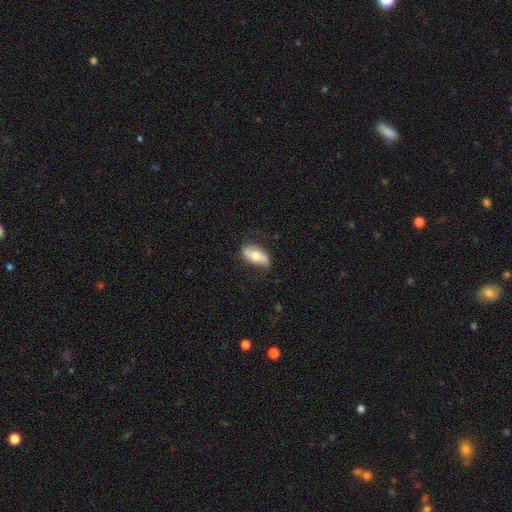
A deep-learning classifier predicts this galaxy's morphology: The model was most divided on "smooth or featured": smooth: 54%, featured or disk: 40%, star or artifact: 6%. More confident: how rounded — in between (87%); merging — none (74%).